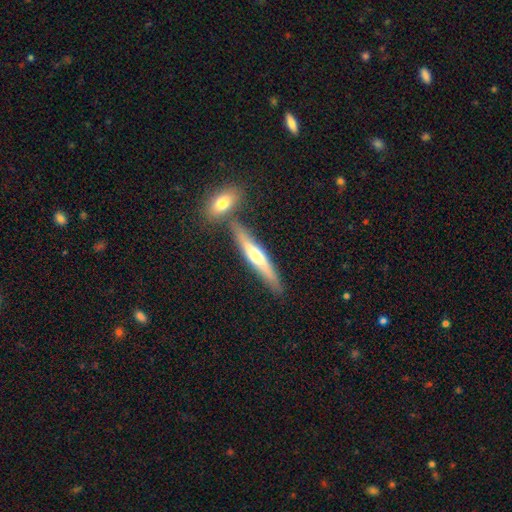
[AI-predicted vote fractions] Overall: featured or disk (54%; smooth 40%). Edge-on disk: yes (92%). Merging: none (74%).